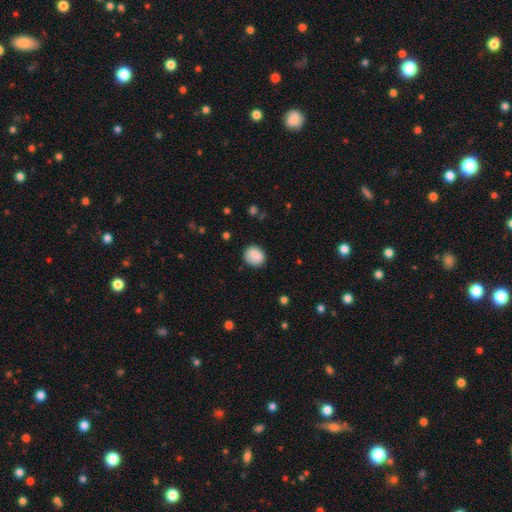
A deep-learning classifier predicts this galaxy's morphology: The model was most divided on "how rounded": round: 69%, in between: 30%, cigar-shaped: 1%. More confident: smooth or featured — smooth (87%); merging — none (82%).